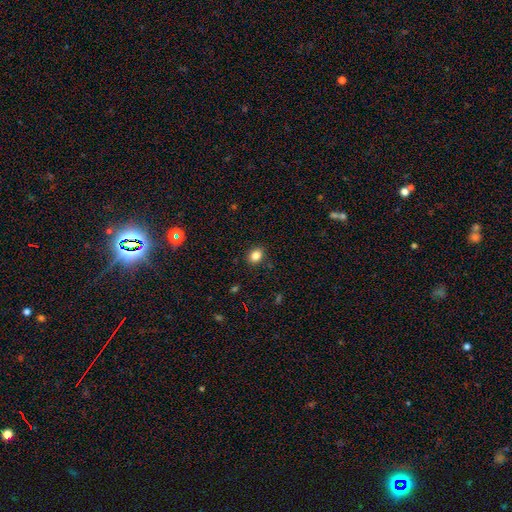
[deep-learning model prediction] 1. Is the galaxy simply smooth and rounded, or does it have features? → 84% smooth, 11% star or artifact, 5% featured or disk.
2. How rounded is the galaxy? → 54% in between, 45% round, 1% cigar-shaped.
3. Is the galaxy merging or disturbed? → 89% none, 8% minor disturbance, 2% major disturbance, 1% merger.